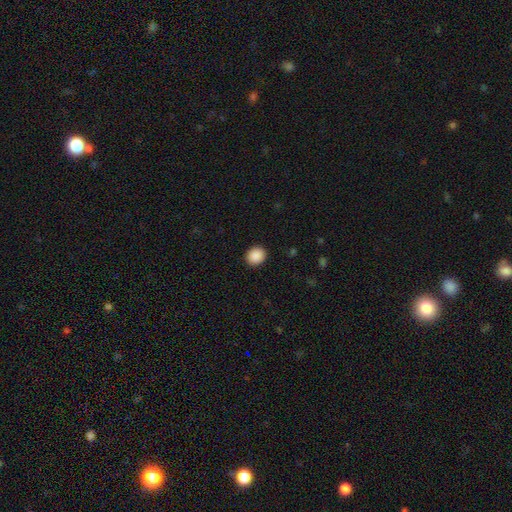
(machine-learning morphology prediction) type=smooth (90%); roundness=round (74%); merging=none (91%).